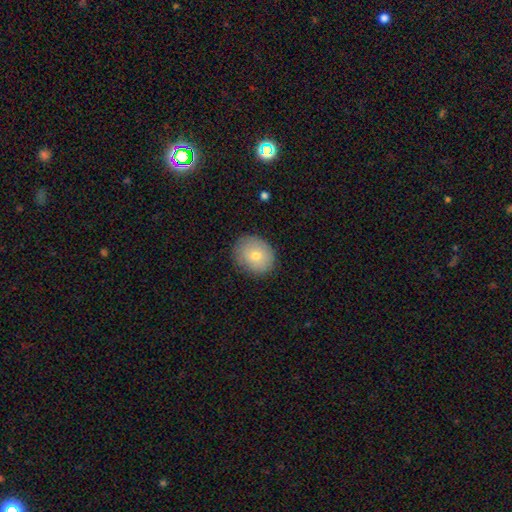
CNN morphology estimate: smooth_or_featured: smooth (p=0.74) [alt: featured or disk p=0.17]
how_rounded: round (p=0.60) [alt: in between p=0.39]
merging: none (p=0.82) [alt: minor disturbance p=0.14]